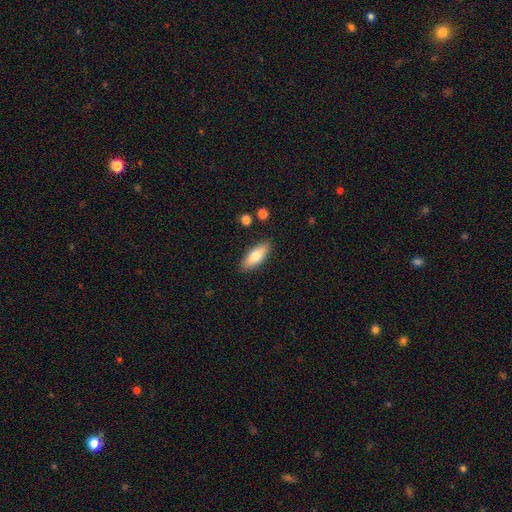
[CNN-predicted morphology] smooth_or_featured: smooth (p=0.74) [alt: featured or disk p=0.20]
how_rounded: in between (p=0.70) [alt: cigar-shaped p=0.27]
merging: none (p=0.88) [alt: minor disturbance p=0.09]